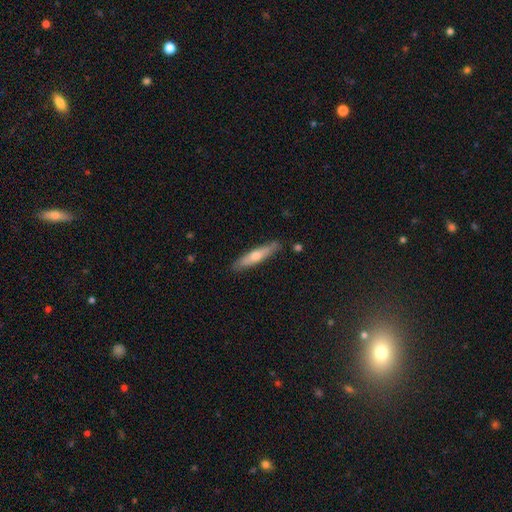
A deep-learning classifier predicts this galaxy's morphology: Smooth or featured?
  - smooth: 53% *
  - featured or disk: 41%
  - star or artifact: 6%
How rounded?
  - cigar-shaped: 85% *
  - in between: 13%
  - round: 2%
Merging?
  - none: 84% *
  - minor disturbance: 12%
  - merger: 2%
  - major disturbance: 2%